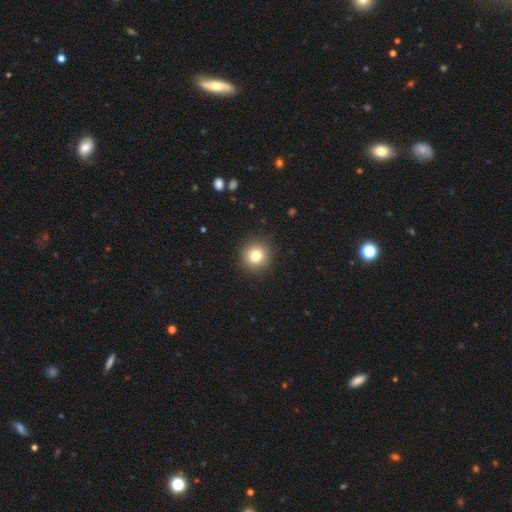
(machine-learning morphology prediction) A smooth galaxy with no disk features (81%) that is round (94%).

Vote fractions:
- Smooth or featured? smooth: 81% / star or artifact: 11% / featured or disk: 8%
- How rounded? round: 94% / in between: 5% / cigar-shaped: 1%
- Merging? none: 91% / minor disturbance: 6% / major disturbance: 2% / merger: 1%